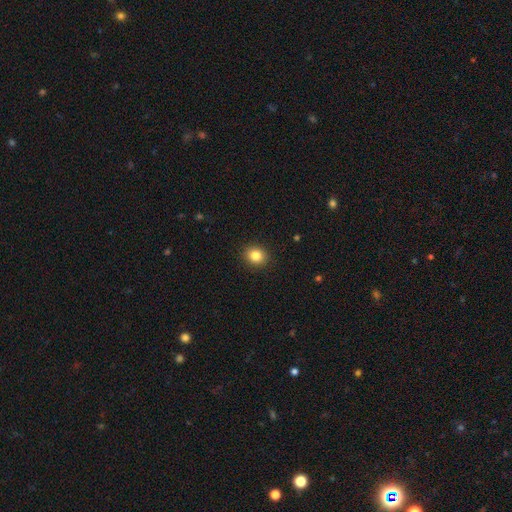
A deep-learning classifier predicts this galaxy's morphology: Smooth or featured?
  - smooth: 84% *
  - star or artifact: 10%
  - featured or disk: 6%
How rounded?
  - round: 71% *
  - in between: 28%
  - cigar-shaped: 1%
Merging?
  - none: 91% *
  - minor disturbance: 6%
  - major disturbance: 2%
  - merger: 1%